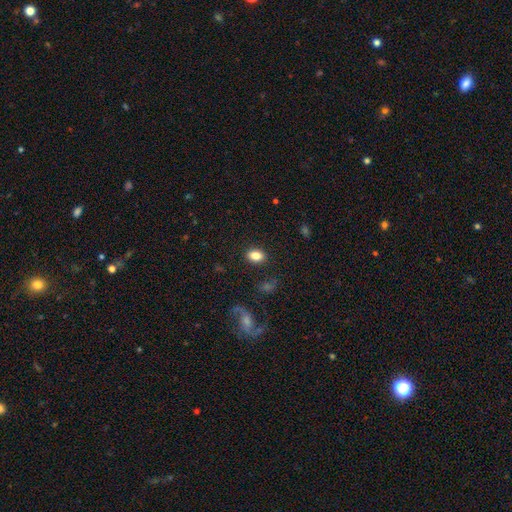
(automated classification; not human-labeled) smooth 83%, star or artifact 9%, featured or disk 8%. Down the decision tree: how rounded — in between (76%); merging — none (86%).